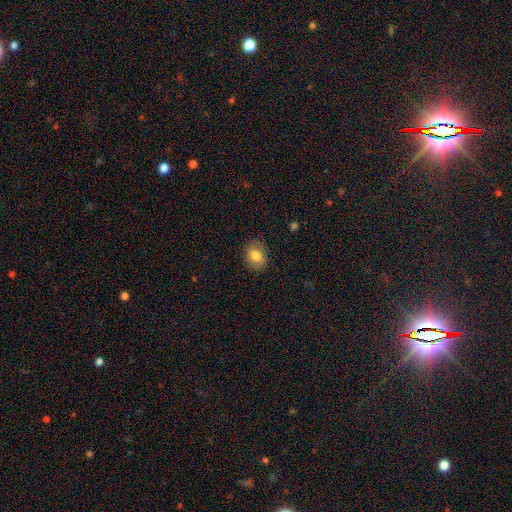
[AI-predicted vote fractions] This appears to be a smooth galaxy with no disk features (78%) that is in between round and cigar-shaped (57%). Merging: none (85%).